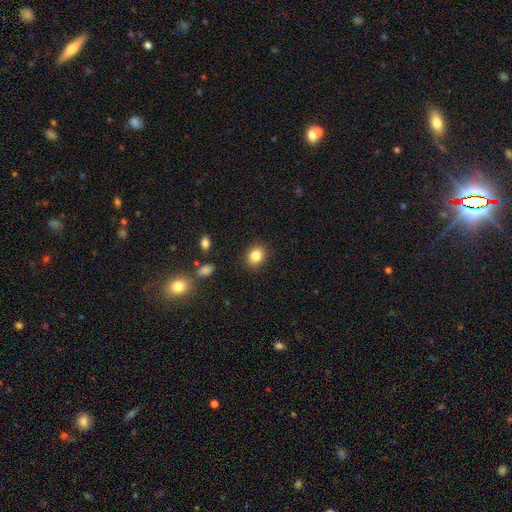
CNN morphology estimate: smooth 85%, star or artifact 10%, featured or disk 6%. Down the decision tree: how rounded — round (50%); merging — none (88%).